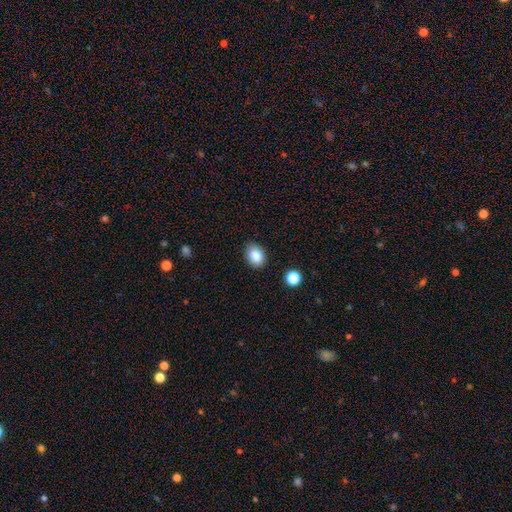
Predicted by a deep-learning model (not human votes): Smooth or featured? Predicted: smooth (p=0.85). How rounded? Predicted: in between (p=0.64). Merging? Predicted: none (p=0.87).